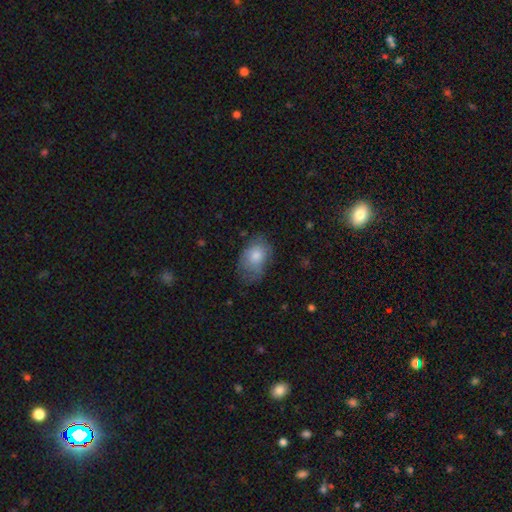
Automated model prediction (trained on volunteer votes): A smooth galaxy with no disk features (72%) that is in between round and cigar-shaped (83%).

Vote fractions:
- Smooth or featured? smooth: 72% / featured or disk: 20% / star or artifact: 8%
- How rounded? in between: 83% / round: 15% / cigar-shaped: 1%
- Merging? none: 56% / minor disturbance: 31% / major disturbance: 12% / merger: 1%